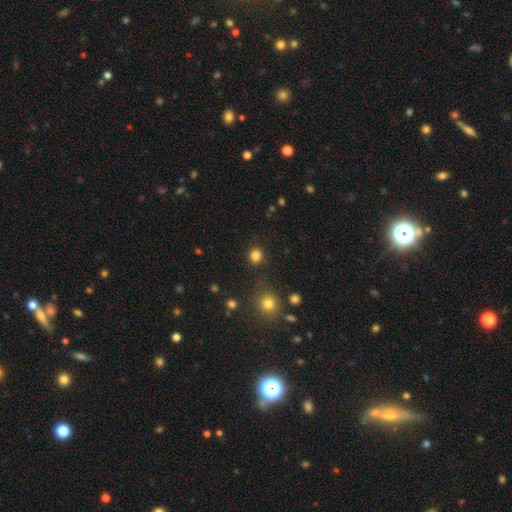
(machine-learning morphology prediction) Q: Smooth or featured?
A: smooth (83%); runner-up: star or artifact (14%)
Q: How rounded?
A: round (87%); runner-up: in between (12%)
Q: Merging?
A: none (86%); runner-up: minor disturbance (8%)